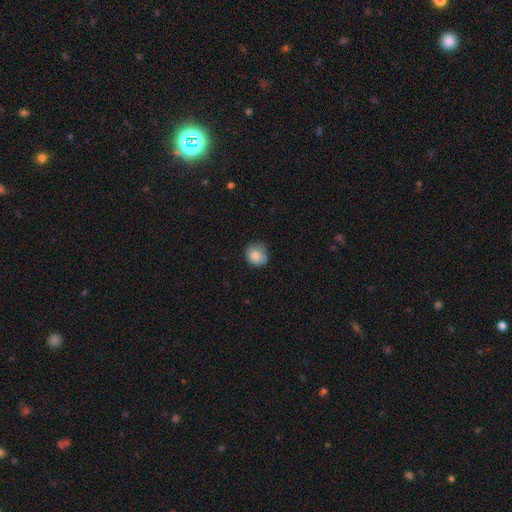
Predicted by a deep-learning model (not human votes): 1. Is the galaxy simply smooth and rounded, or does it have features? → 85% smooth, 8% star or artifact, 7% featured or disk.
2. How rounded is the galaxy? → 77% round, 22% in between, 1% cigar-shaped.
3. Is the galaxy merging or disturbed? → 63% none, 28% minor disturbance, 7% major disturbance, 2% merger.